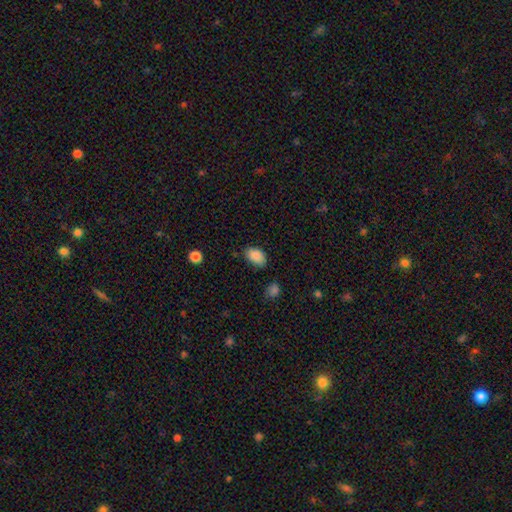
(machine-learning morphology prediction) smooth 88%, star or artifact 8%, featured or disk 4%. Down the decision tree: how rounded — in between (87%); merging — none (73%).